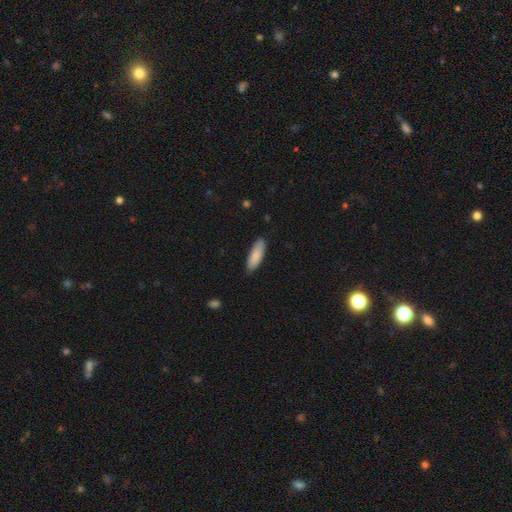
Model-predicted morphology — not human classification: Smooth or featured? Predicted: smooth (p=0.87). How rounded? Predicted: in between (p=0.56). Merging? Predicted: none (p=0.86).